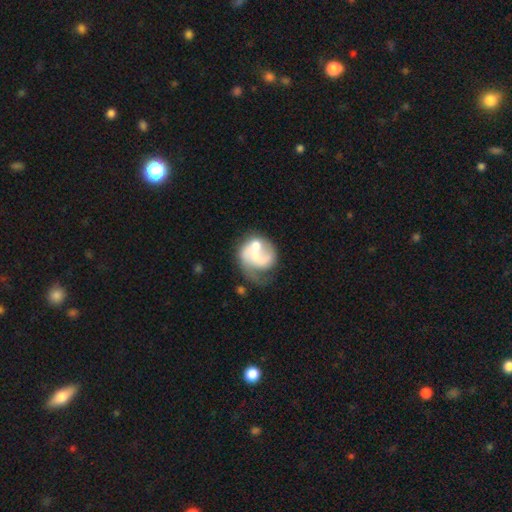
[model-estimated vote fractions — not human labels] smooth-or-featured: featured or disk: 69% | smooth: 24% | star or artifact: 6%
  disk-edge-on: no: 98% | yes: 2%
    bar: no: 65% | weak: 28% | strong: 7%
    has-spiral-arms: yes: 77% | no: 23%
      spiral-winding: medium: 43% | loose: 33% | tight: 24%
      spiral-arm-count: 2: 52% | 1: 29% | can't tell: 12% | 3: 4% | 4: 1% | more than 4: 1%
    bulge-size: moderate: 50% | small: 34% | none: 8% | large: 7% | dominant: 2%
  merging: none: 32% | merger: 30% | major disturbance: 21% | minor disturbance: 18%